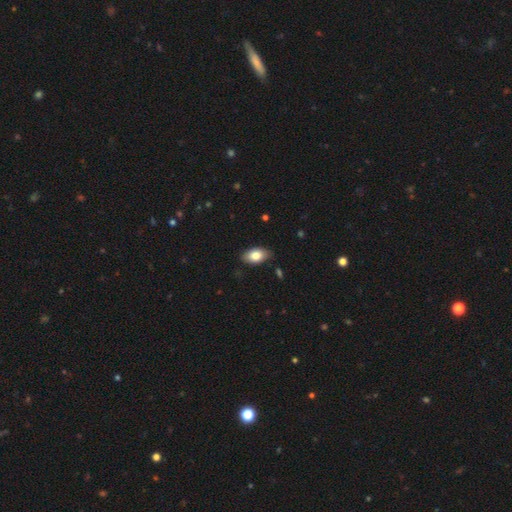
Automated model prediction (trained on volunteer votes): Smooth or featured: smooth — 80% (featured or disk — 13%)
How rounded: in between — 93% (round — 5%)
Merging: none — 85% (minor disturbance — 12%)